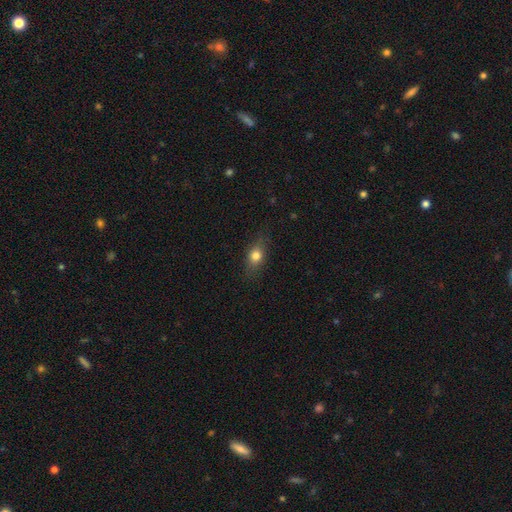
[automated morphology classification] Smooth or featured? Predicted: smooth (p=0.74). How rounded? Predicted: in between (p=0.67). Merging? Predicted: none (p=0.79).